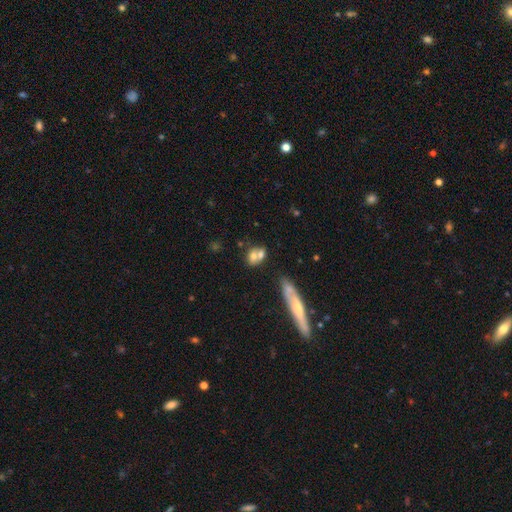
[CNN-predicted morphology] type=smooth (63%); roundness=in between (52%); merging=merger (51%).